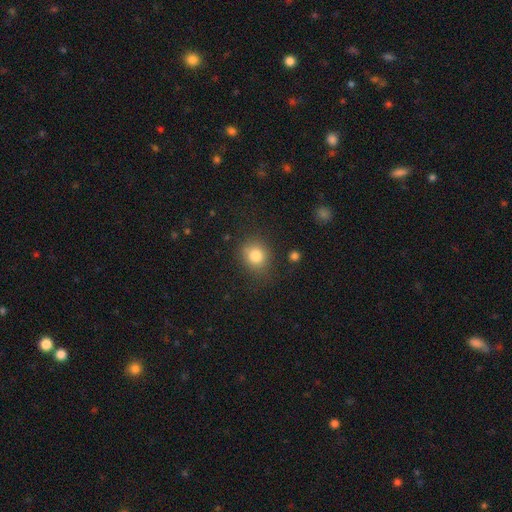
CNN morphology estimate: Smooth or featured?
  - smooth: 81% *
  - star or artifact: 11%
  - featured or disk: 8%
How rounded?
  - round: 76% *
  - in between: 23%
  - cigar-shaped: 1%
Merging?
  - none: 80% *
  - minor disturbance: 13%
  - major disturbance: 4%
  - merger: 2%